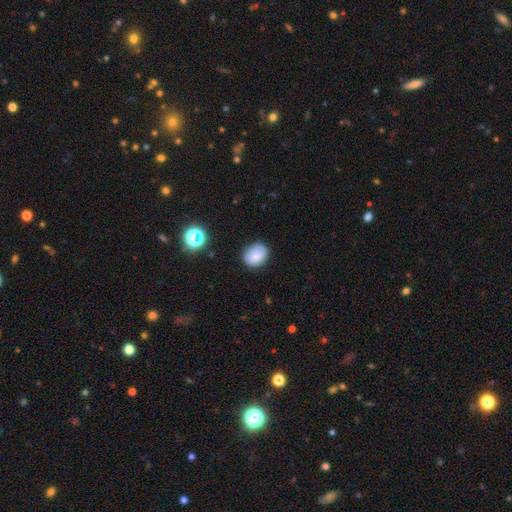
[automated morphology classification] This appears to be a smooth galaxy with no disk features (84%) that is round (52%). Merging: none (78%).